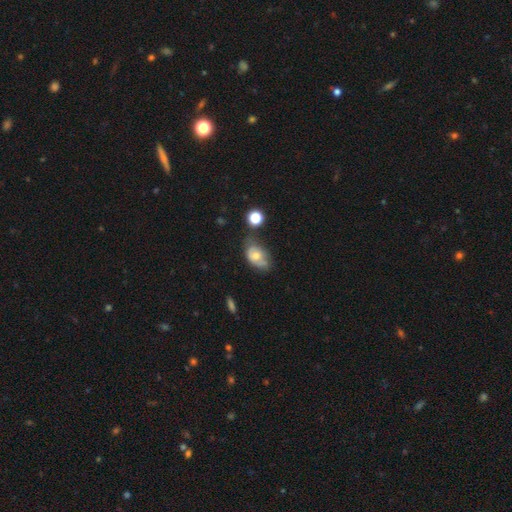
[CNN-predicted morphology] Overall: smooth (56%; featured or disk 34%). How rounded: in between (82%). Merging: none (38%; minor disturbance 37%).